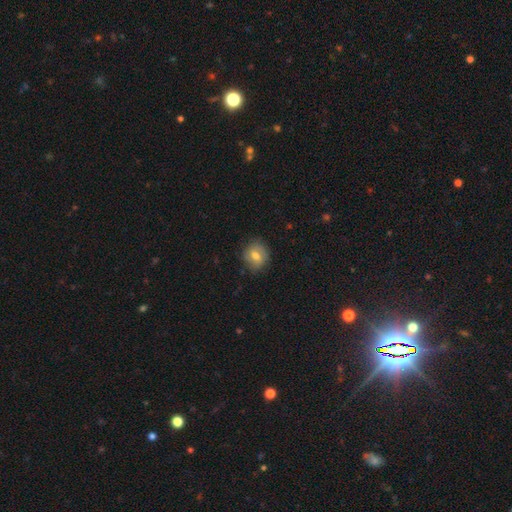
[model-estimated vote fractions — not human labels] Smooth or featured?
  - smooth: 68% *
  - featured or disk: 23%
  - star or artifact: 9%
How rounded?
  - round: 74% *
  - in between: 25%
  - cigar-shaped: 1%
Merging?
  - none: 79% *
  - minor disturbance: 16%
  - major disturbance: 4%
  - merger: 1%